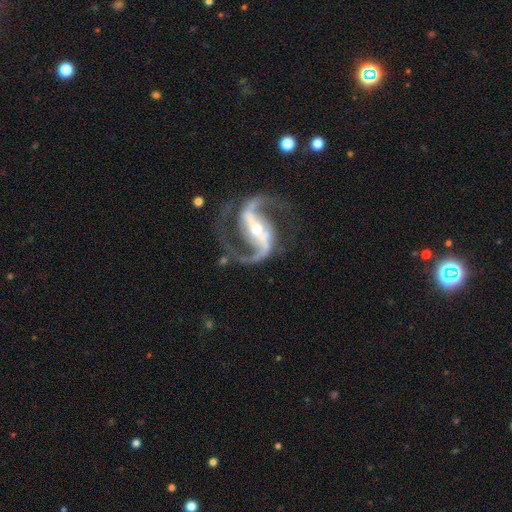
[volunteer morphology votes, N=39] Overall: featured or disk (95%). Edge-on disk: no (100%). Bar: strong (78%). Spiral arms: yes (97%). Spiral arm count: 2 (100%). Spiral winding: medium (61%; loose 31%). Bulge size: moderate (49%; small 46%). Merging: none (82%).